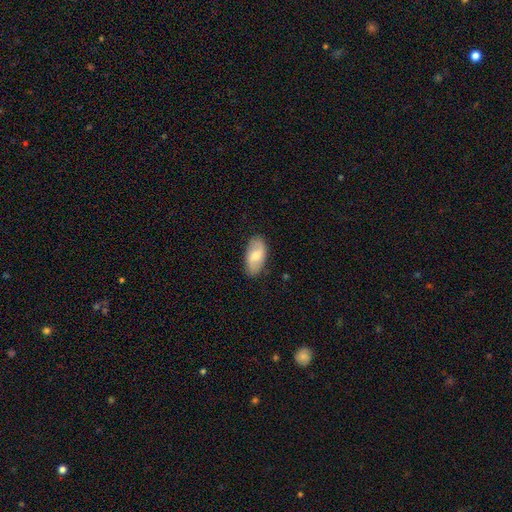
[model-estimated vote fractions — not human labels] smooth-or-featured: smooth: 62% | featured or disk: 32% | star or artifact: 6%
  how-rounded: in between: 93% | round: 4% | cigar-shaped: 3%
  merging: none: 83% | minor disturbance: 13% | major disturbance: 3% | merger: 1%